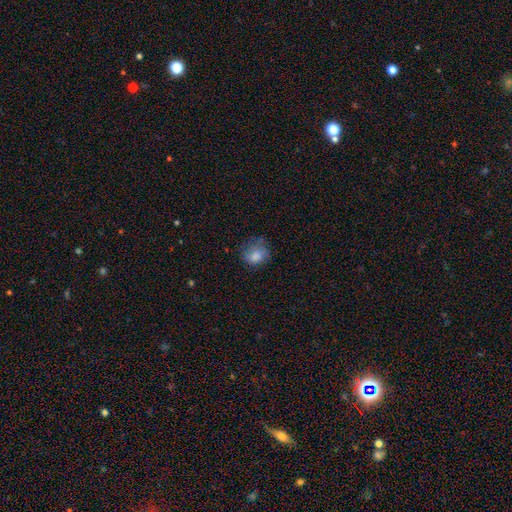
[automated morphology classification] Overall: smooth (76%). How rounded: round (70%). Merging: none (60%; minor disturbance 26%).